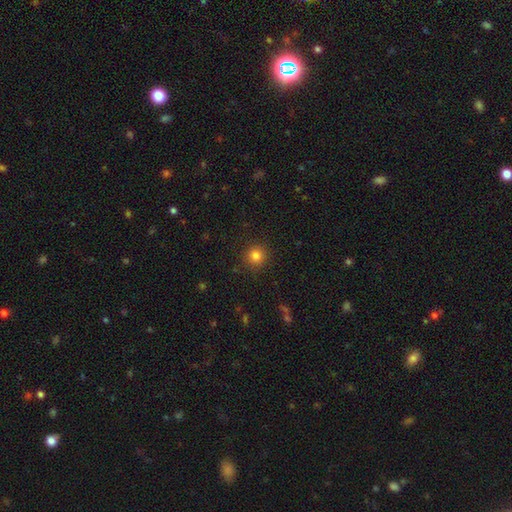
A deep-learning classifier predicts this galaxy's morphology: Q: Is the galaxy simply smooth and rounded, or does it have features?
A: smooth — 82%.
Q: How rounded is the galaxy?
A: round — 94%.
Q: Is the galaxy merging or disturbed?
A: none — 90%.